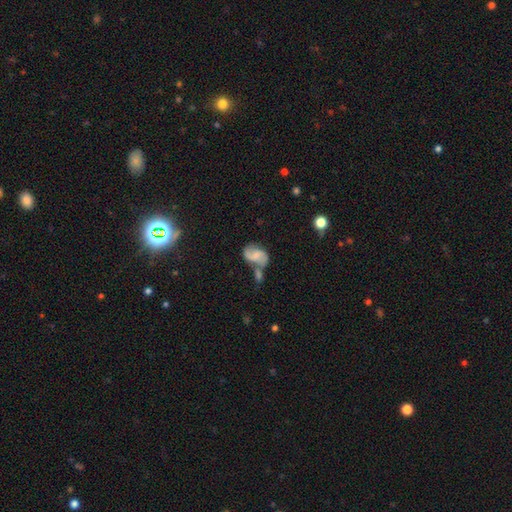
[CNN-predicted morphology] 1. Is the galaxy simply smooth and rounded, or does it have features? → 61% featured or disk, 31% smooth, 9% star or artifact.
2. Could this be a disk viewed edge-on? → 97% no, 3% yes.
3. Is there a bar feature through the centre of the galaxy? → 46% no, 42% weak, 12% strong.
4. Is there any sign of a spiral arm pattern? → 88% yes, 12% no.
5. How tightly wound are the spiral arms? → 48% loose, 39% medium, 13% tight.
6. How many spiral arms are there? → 88% 2, 5% can't tell, 4% 1, 1% 3, 1% 4, 1% more than 4.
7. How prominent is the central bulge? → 39% none, 34% small, 21% moderate, 5% large, 2% dominant.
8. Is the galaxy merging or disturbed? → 41% merger, 33% none, 16% minor disturbance, 10% major disturbance.